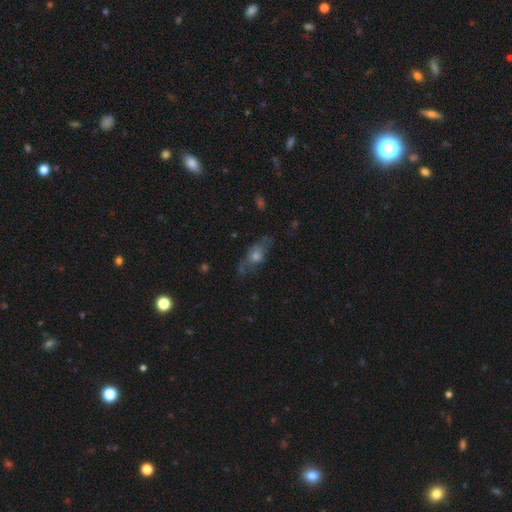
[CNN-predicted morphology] Smooth or featured: featured or disk — 45% (smooth — 40%)
Merging: none — 65% (minor disturbance — 21%)